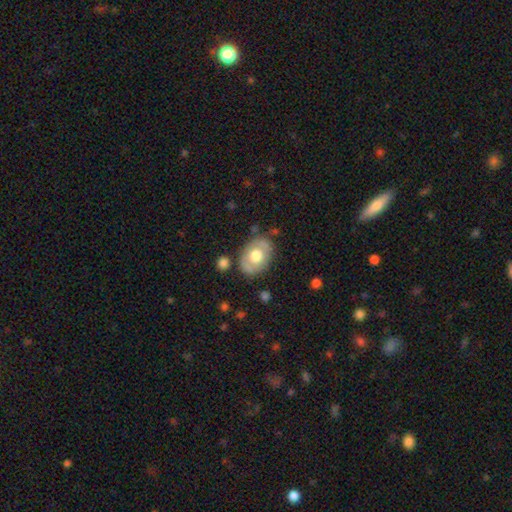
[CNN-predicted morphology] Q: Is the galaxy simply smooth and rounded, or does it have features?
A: smooth — 56%.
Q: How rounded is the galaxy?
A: in between — 77%.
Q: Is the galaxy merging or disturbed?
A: none — 78%.